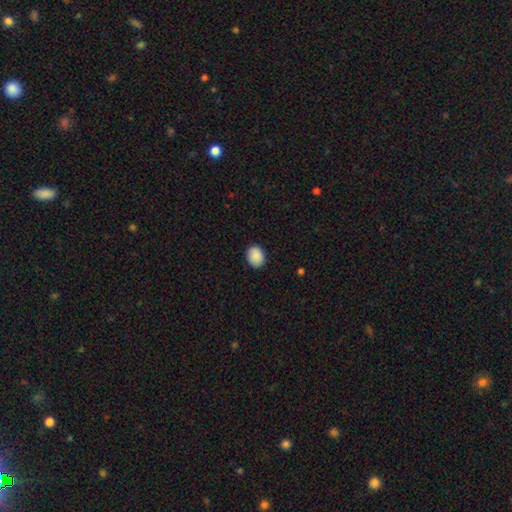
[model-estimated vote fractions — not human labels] Smooth or featured: smooth — 90% (star or artifact — 7%)
How rounded: in between — 51% (round — 48%)
Merging: none — 89% (minor disturbance — 8%)